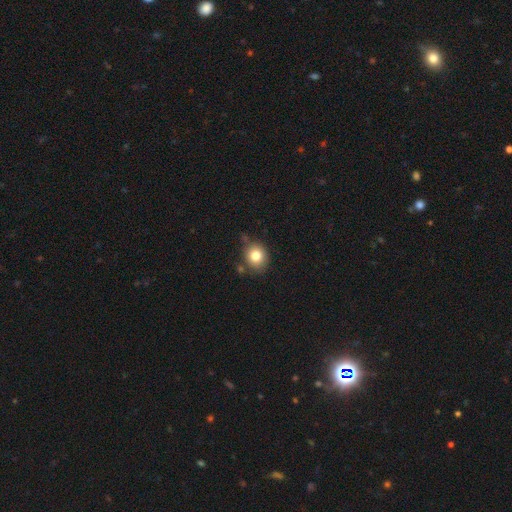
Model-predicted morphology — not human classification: Smooth or featured? smooth (80%)
How rounded? round (74%)
Merging? none (76%)